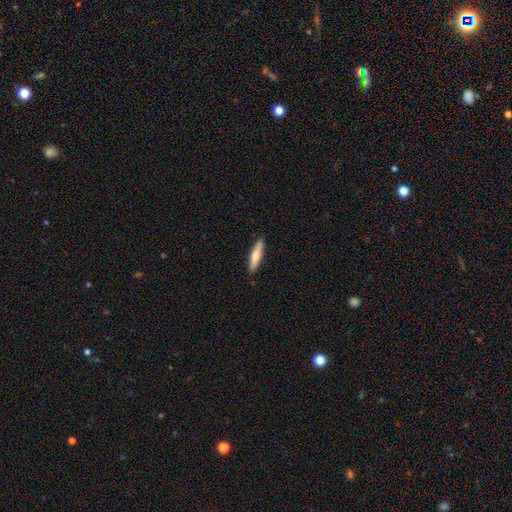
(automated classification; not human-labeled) This appears to be a smooth galaxy with no disk features (70%) that is cigar-shaped (81%). Merging: none (89%).